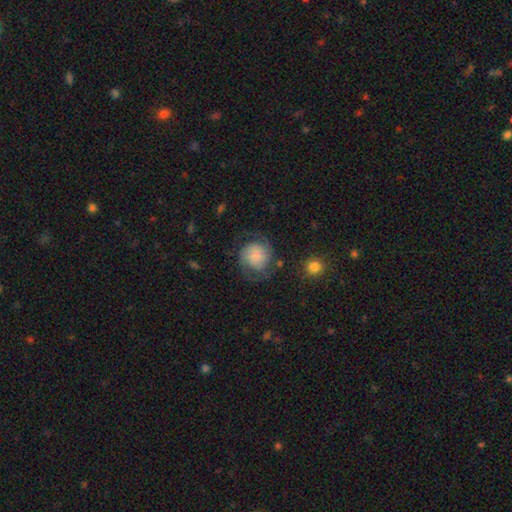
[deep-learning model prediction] Overall: featured or disk (51%; smooth 41%). Edge-on disk: no (98%). Merging: none (61%).